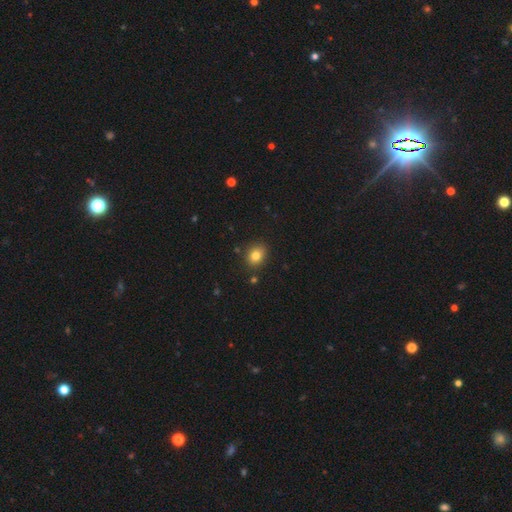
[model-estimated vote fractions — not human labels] Q: Smooth or featured?
A: smooth (81%); runner-up: star or artifact (12%)
Q: How rounded?
A: round (53%); runner-up: in between (46%)
Q: Merging?
A: none (84%); runner-up: minor disturbance (11%)